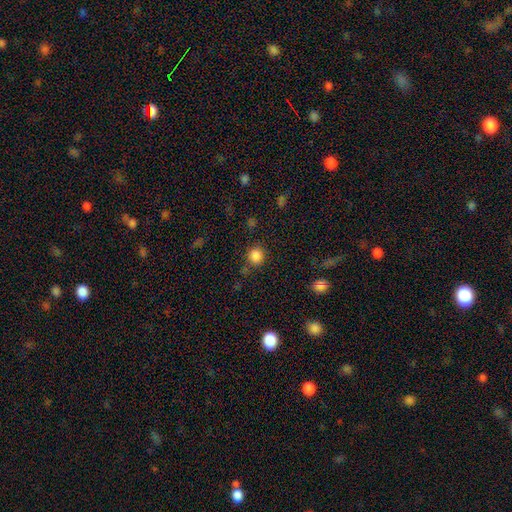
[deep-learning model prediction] Smooth or featured? smooth (84%)
How rounded? round (89%)
Merging? none (81%)